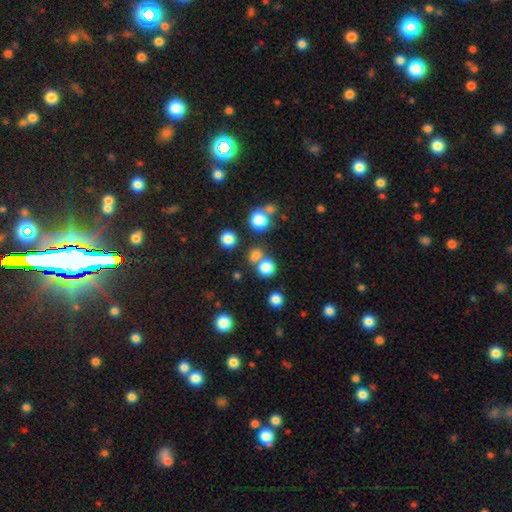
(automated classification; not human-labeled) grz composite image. It shows a smooth galaxy with no disk features (74%) that is round (84%). Merging: none (63%).